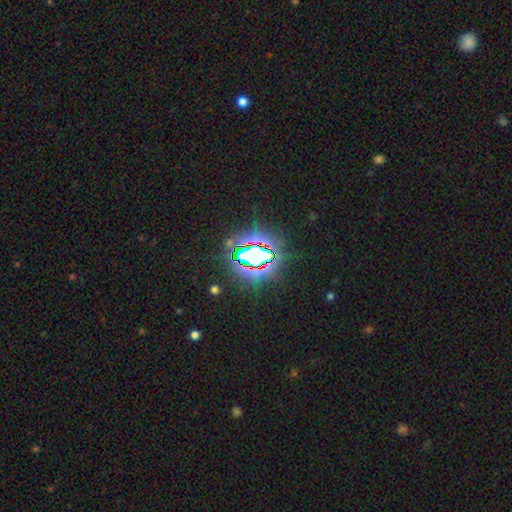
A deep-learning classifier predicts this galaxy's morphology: type=star or artifact (74%).